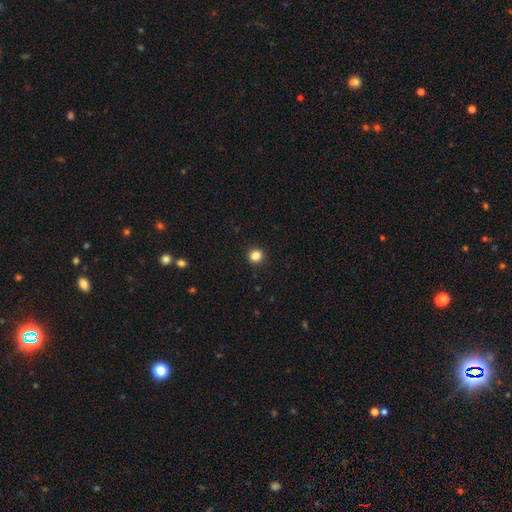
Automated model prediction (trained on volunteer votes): This is clearly a smooth galaxy (84%). How rounded: clearly round (90%). Merging: clearly none (93%).